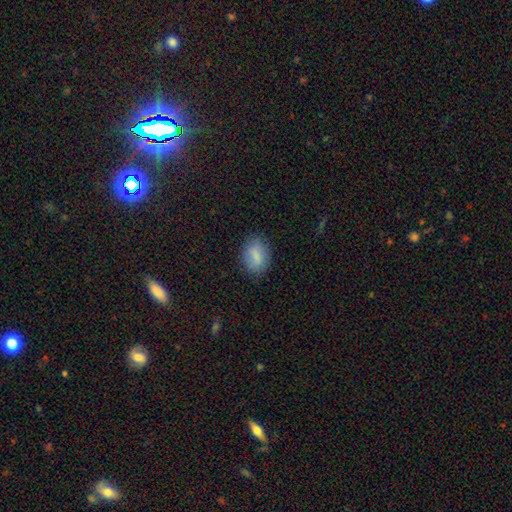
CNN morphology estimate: A smooth galaxy with no disk features (81%) that is in between round and cigar-shaped (68%). Merging: none (80%).